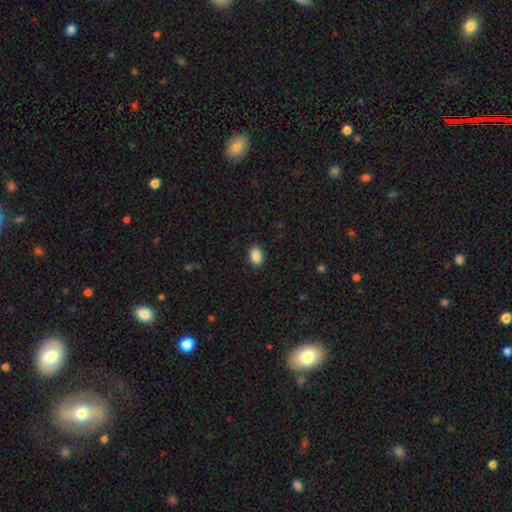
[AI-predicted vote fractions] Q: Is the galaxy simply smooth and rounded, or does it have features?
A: smooth — 89%.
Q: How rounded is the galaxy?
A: in between — 89%.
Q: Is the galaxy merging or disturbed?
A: none — 89%.